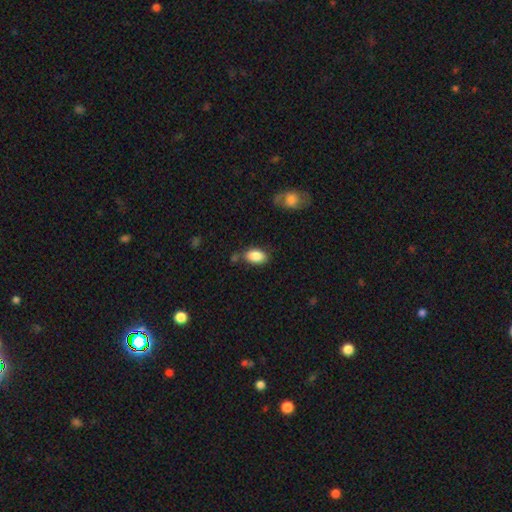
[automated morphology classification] This appears to be a smooth galaxy with no disk features (87%) that is in between round and cigar-shaped (92%). Merging: none (70%).